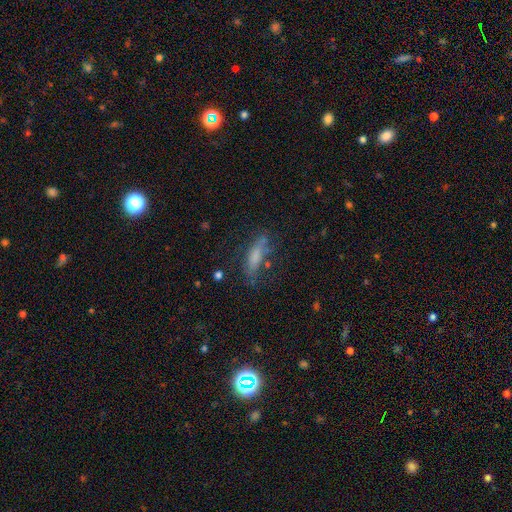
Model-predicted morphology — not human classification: type=smooth (64%); roundness=cigar-shaped (62%); merging=none (62%).